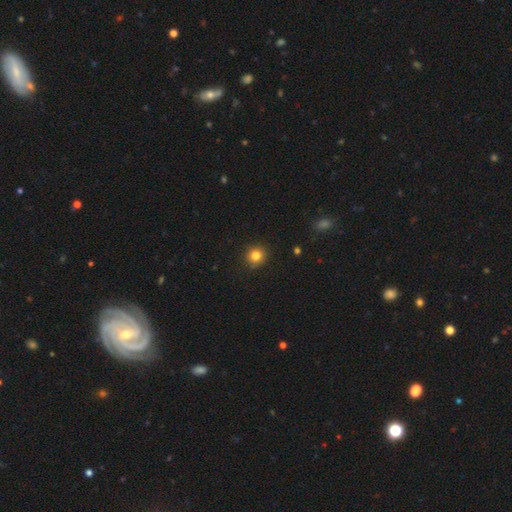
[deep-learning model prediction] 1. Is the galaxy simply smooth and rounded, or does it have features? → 82% smooth, 12% star or artifact, 6% featured or disk.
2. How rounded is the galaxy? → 91% round, 8% in between, 1% cigar-shaped.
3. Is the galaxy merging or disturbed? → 90% none, 7% minor disturbance, 2% major disturbance, 1% merger.